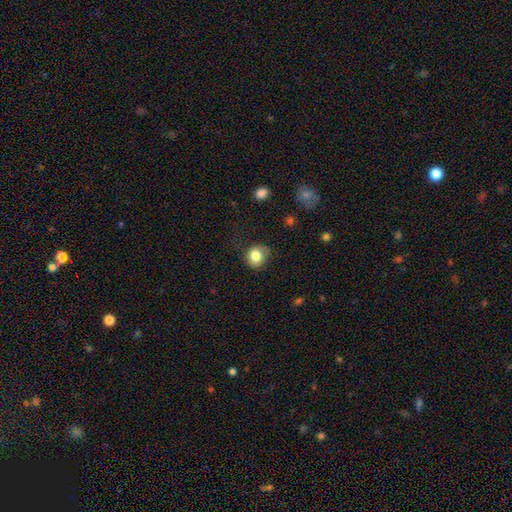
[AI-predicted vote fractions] The model was most divided on "merging": none: 72%, minor disturbance: 20%, major disturbance: 7%, merger: 1%. More confident: smooth or featured — smooth (81%); how rounded — round (76%).